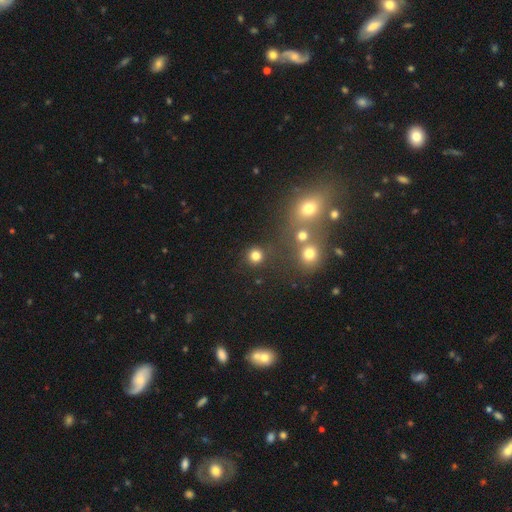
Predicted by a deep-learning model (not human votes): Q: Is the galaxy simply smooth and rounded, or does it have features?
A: smooth — 79%.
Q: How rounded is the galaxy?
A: round — 94%.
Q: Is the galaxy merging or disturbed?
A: none — 84%.